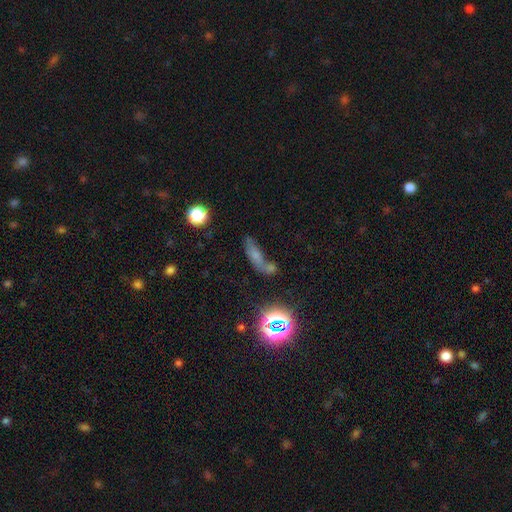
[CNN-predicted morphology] smooth-or-featured: smooth: 55% | star or artifact: 23% | featured or disk: 21%
  how-rounded: in between: 45% | cigar-shaped: 44% | round: 11%
  merging: merger: 38% | none: 37% | minor disturbance: 14% | major disturbance: 11%